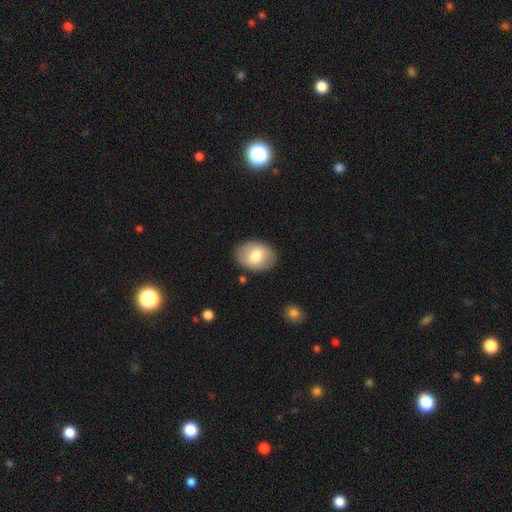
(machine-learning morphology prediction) Q: Smooth or featured?
A: smooth (71%); runner-up: featured or disk (23%)
Q: How rounded?
A: in between (76%); runner-up: round (23%)
Q: Merging?
A: none (85%); runner-up: minor disturbance (11%)